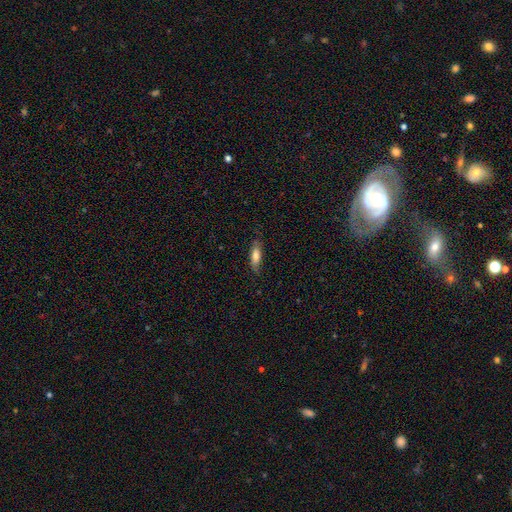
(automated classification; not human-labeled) smooth-or-featured: smooth: 73% | featured or disk: 20% | star or artifact: 7%
  how-rounded: in between: 50% | cigar-shaped: 48% | round: 2%
  merging: none: 76% | minor disturbance: 19% | major disturbance: 4% | merger: 1%